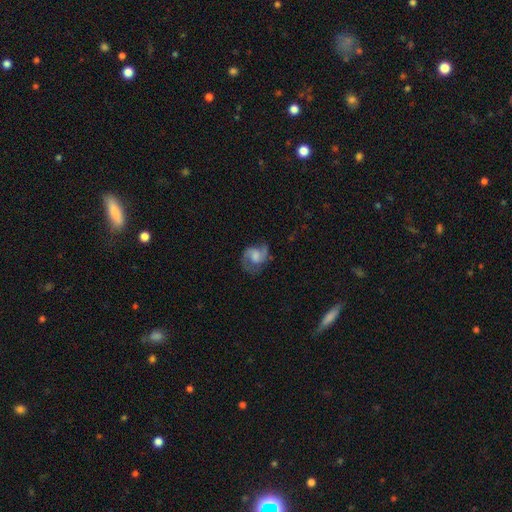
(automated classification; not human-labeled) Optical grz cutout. It shows a featured or disk galaxy (73%) with no bar (47%), 2 (84%) medium (51%) spiral arms (93%) and a moderate central bulge (31%). Merging: none (62%).